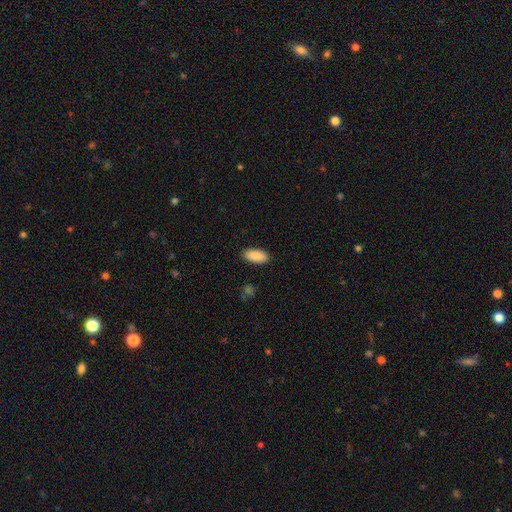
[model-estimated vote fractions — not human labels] smooth 89%, star or artifact 6%, featured or disk 5%. Down the decision tree: how rounded — in between (90%); merging — none (90%).